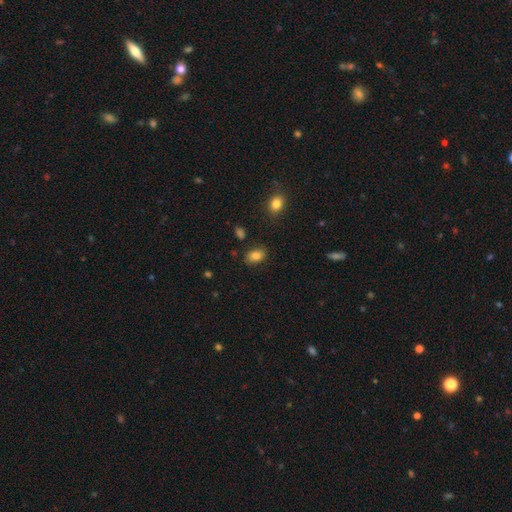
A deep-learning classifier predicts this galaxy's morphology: Overall: smooth (83%). How rounded: in between (79%). Merging: none (82%).